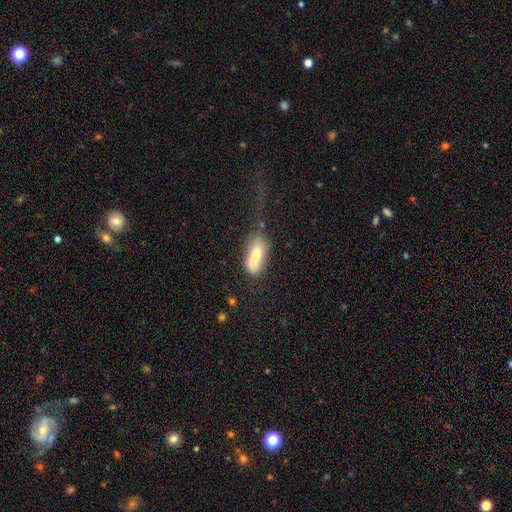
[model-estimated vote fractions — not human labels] Morphology: type=smooth (75%); roundness=in between (87%); merging=none (51%).